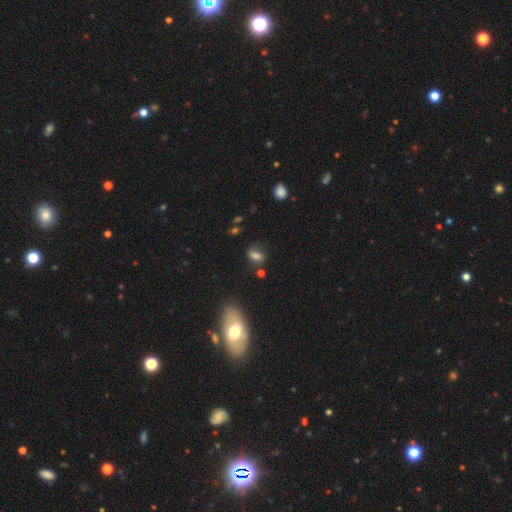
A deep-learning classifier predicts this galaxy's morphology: A smooth galaxy with no disk features (73%) that is in between round and cigar-shaped (78%).

Vote fractions:
- Smooth or featured? smooth: 73% / star or artifact: 14% / featured or disk: 13%
- How rounded? in between: 78% / round: 15% / cigar-shaped: 7%
- Merging? none: 60% / minor disturbance: 23% / major disturbance: 10% / merger: 7%